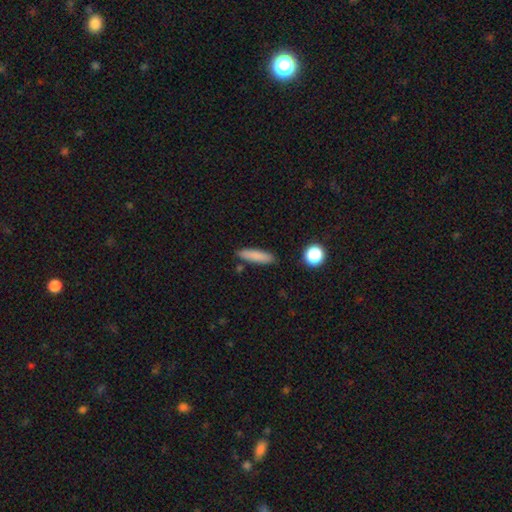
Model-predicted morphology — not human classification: A smooth galaxy with no disk features (83%) that is cigar-shaped (76%). Merging: none (85%).